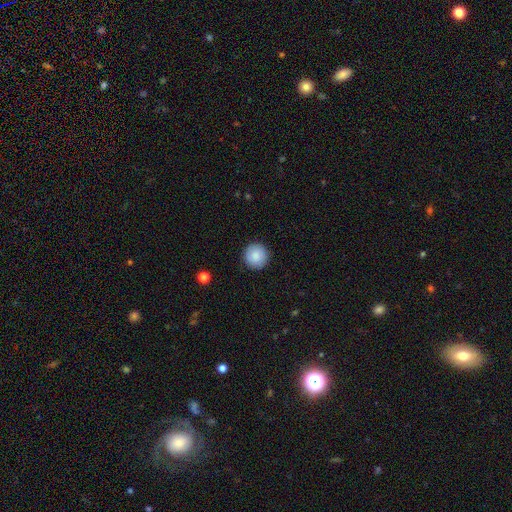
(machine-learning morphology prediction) Smooth or featured? Predicted: smooth (p=0.87). How rounded? Predicted: round (p=0.96). Merging? Predicted: none (p=0.92).